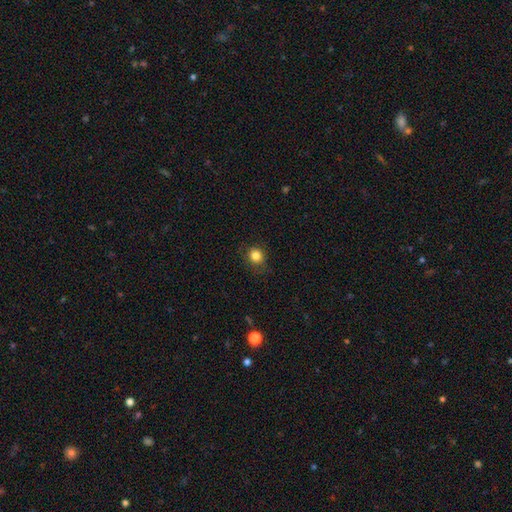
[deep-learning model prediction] Q: Smooth or featured?
A: smooth (83%); runner-up: star or artifact (12%)
Q: How rounded?
A: round (88%); runner-up: in between (11%)
Q: Merging?
A: none (83%); runner-up: minor disturbance (12%)